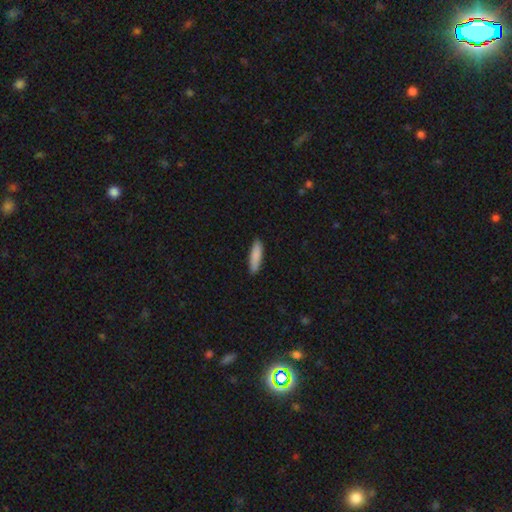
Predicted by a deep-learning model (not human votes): Q: Smooth or featured?
A: smooth (88%); runner-up: featured or disk (7%)
Q: How rounded?
A: cigar-shaped (71%); runner-up: in between (28%)
Q: Merging?
A: none (89%); runner-up: minor disturbance (9%)